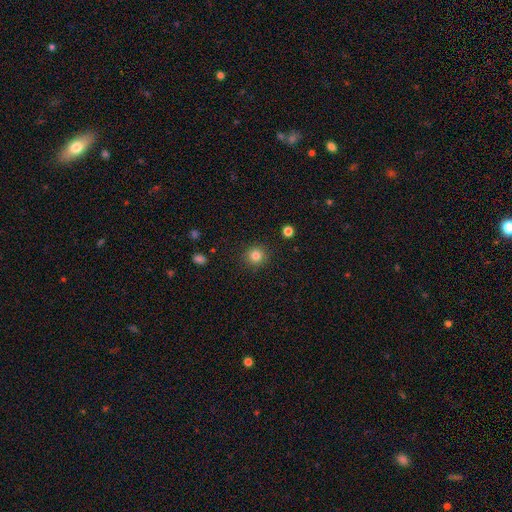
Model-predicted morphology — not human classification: smooth_or_featured: smooth (p=0.82) [alt: star or artifact p=0.12]
how_rounded: round (p=0.92) [alt: in between p=0.07]
merging: none (p=0.90) [alt: minor disturbance p=0.06]